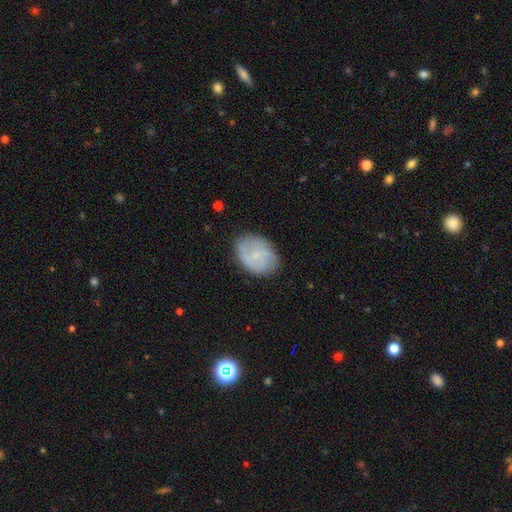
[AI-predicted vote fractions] Smooth or featured? featured or disk (52%)
Edge-on disk? no (97%)
Bar? no (51%)
Spiral arms? yes (72%)
Bulge size? small (67%)
Merging? none (74%)